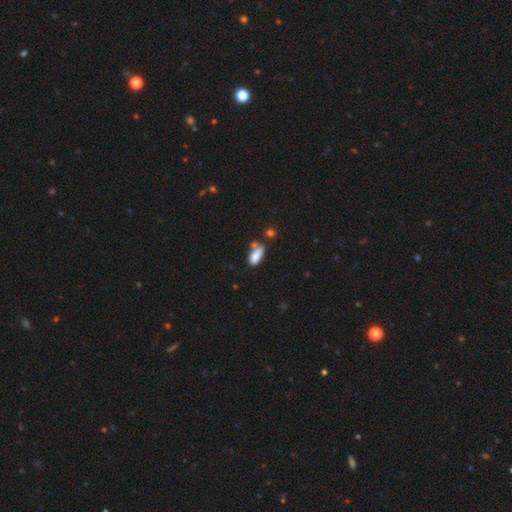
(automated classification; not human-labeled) This appears to be a smooth galaxy with no disk features (84%) that is in between round and cigar-shaped (81%). Merging: none (48%).